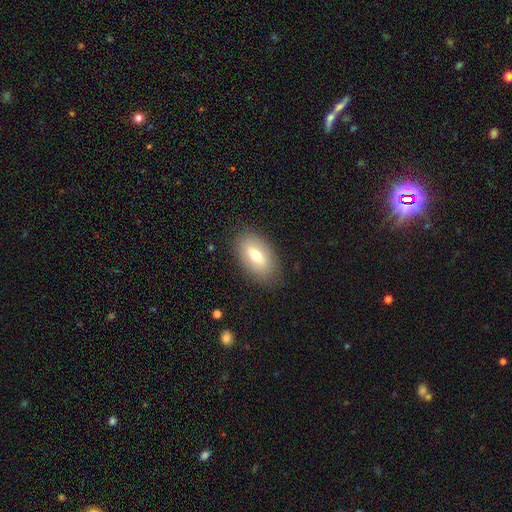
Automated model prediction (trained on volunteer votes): smooth_or_featured: smooth (p=0.63) [alt: featured or disk p=0.30]
how_rounded: in between (p=0.90) [alt: round p=0.05]
merging: none (p=0.84) [alt: minor disturbance p=0.11]